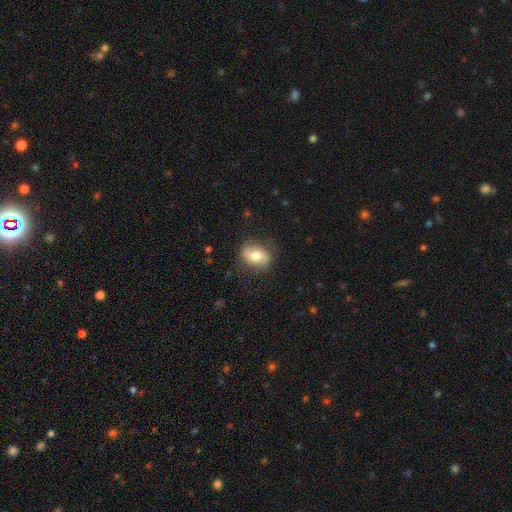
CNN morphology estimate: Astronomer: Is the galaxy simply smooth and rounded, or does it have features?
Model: smooth — 66%.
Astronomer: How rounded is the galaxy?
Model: in between — 72%.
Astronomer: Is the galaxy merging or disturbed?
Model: none — 75%.